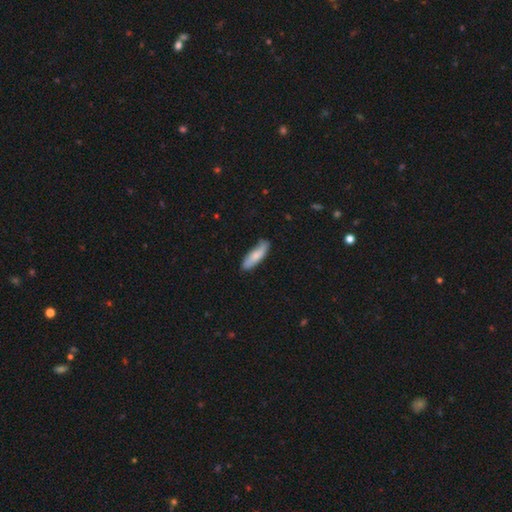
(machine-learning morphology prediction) Smooth or featured: smooth — 75% (featured or disk — 19%)
How rounded: cigar-shaped — 58% (in between — 40%)
Merging: none — 78% (minor disturbance — 18%)